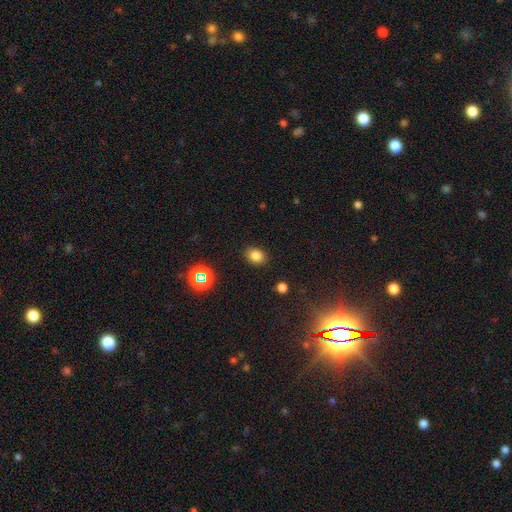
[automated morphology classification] Smooth or featured? Predicted: smooth (p=0.81). How rounded? Predicted: in between (p=0.58). Merging? Predicted: none (p=0.87).